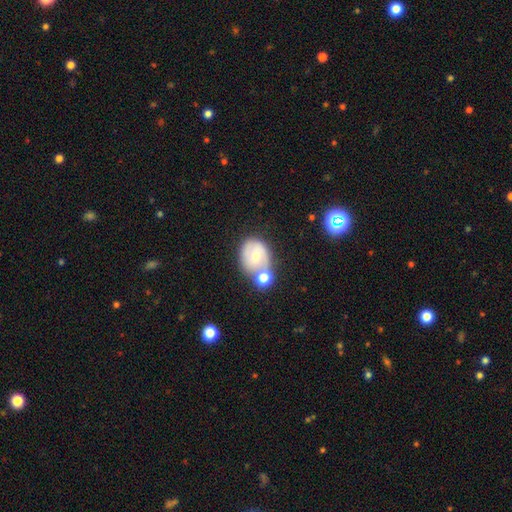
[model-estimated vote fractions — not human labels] A featured or disk galaxy (46%). Merging: merger (40%).